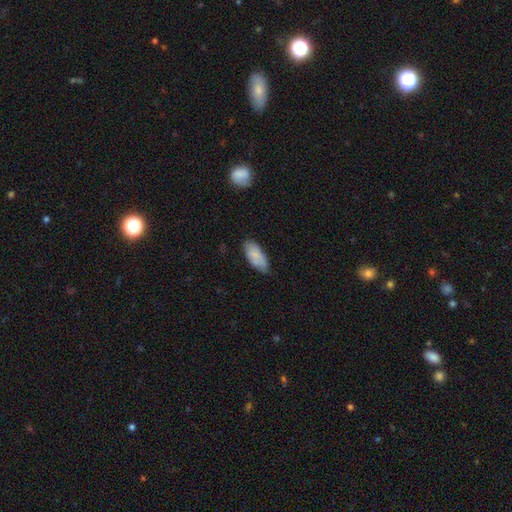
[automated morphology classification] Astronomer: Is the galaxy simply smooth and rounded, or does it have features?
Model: smooth — 82%.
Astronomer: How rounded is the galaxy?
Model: in between — 87%.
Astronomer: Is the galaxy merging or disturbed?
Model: none — 71%.